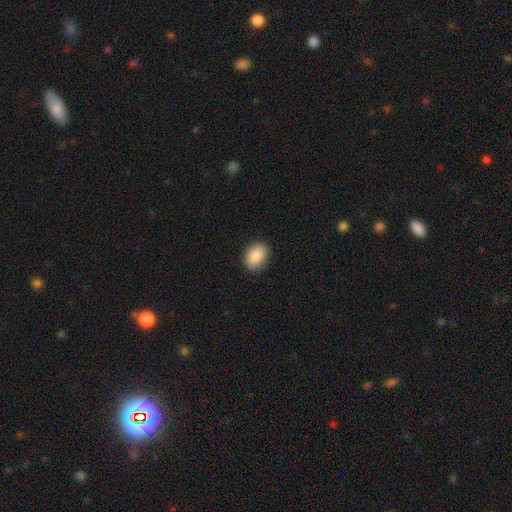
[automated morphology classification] Smooth or featured? smooth (90%)
How rounded? in between (85%)
Merging? none (88%)